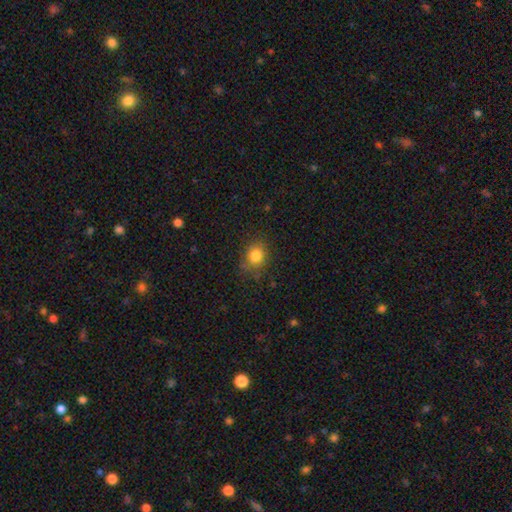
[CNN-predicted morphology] Smooth or featured: smooth — 82% (star or artifact — 11%)
How rounded: round — 67% (in between — 32%)
Merging: none — 77% (minor disturbance — 17%)